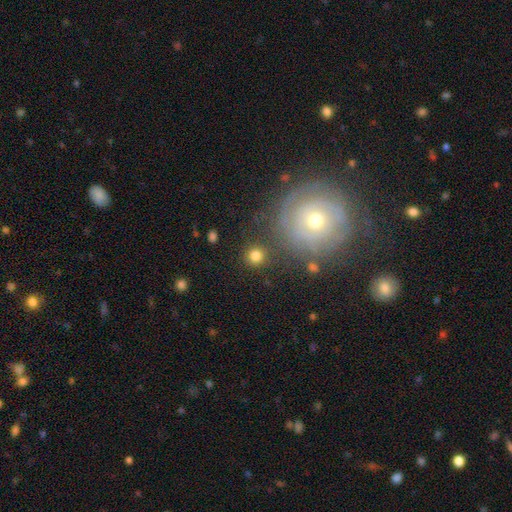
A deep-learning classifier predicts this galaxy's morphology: This appears to be a smooth galaxy with no disk features (82%) that is round (92%). Merging: none (85%).